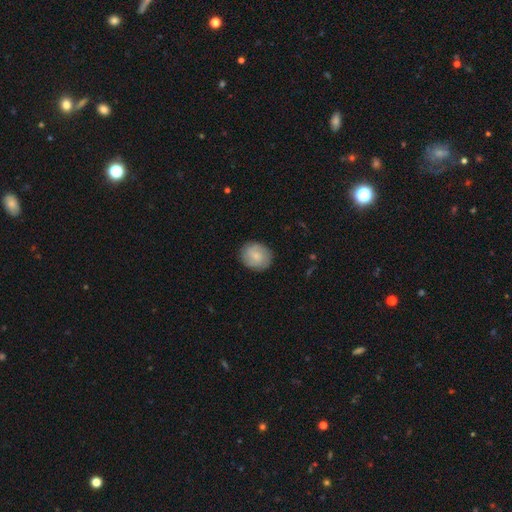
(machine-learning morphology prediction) smooth-or-featured: smooth: 76% | featured or disk: 17% | star or artifact: 7%
  how-rounded: round: 70% | in between: 29% | cigar-shaped: 1%
  merging: none: 86% | minor disturbance: 10% | major disturbance: 3% | merger: 1%